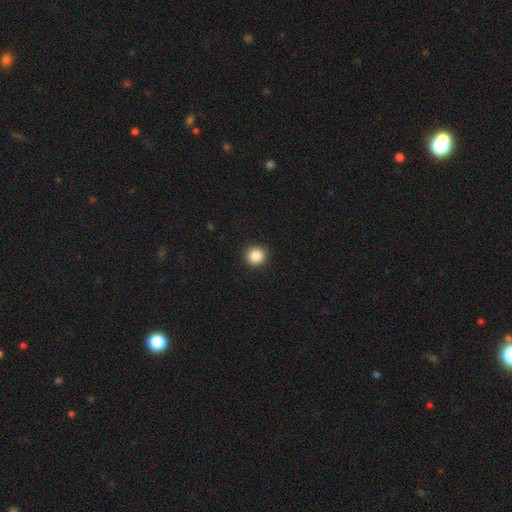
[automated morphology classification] This is clearly a smooth galaxy (87%). How rounded: clearly round (92%). Merging: clearly none (92%).